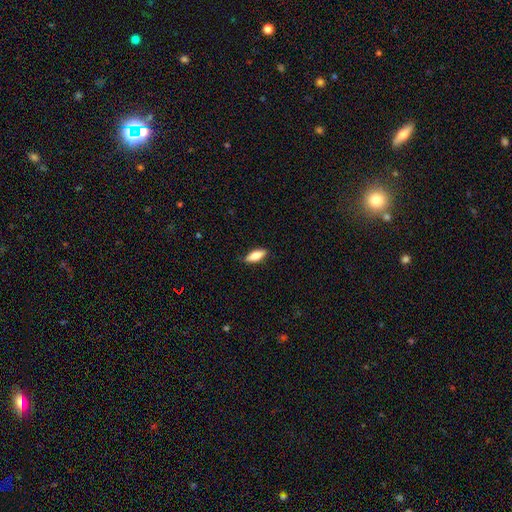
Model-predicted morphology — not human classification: Q: Smooth or featured?
A: smooth (75%); runner-up: featured or disk (19%)
Q: How rounded?
A: in between (71%); runner-up: cigar-shaped (26%)
Q: Merging?
A: none (85%); runner-up: minor disturbance (12%)